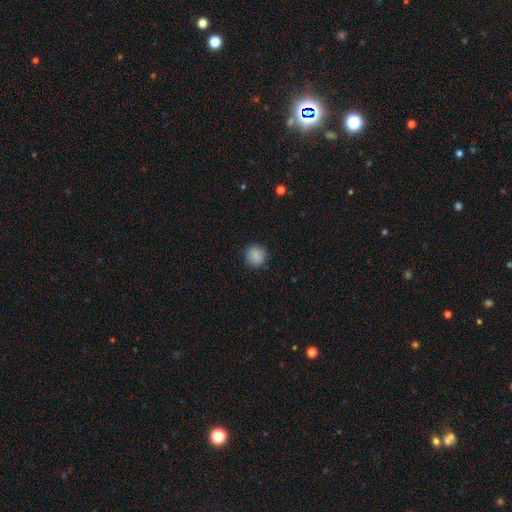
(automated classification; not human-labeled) smooth_or_featured: smooth (p=0.88) [alt: star or artifact p=0.08]
how_rounded: round (p=0.92) [alt: in between p=0.07]
merging: none (p=0.88) [alt: minor disturbance p=0.08]